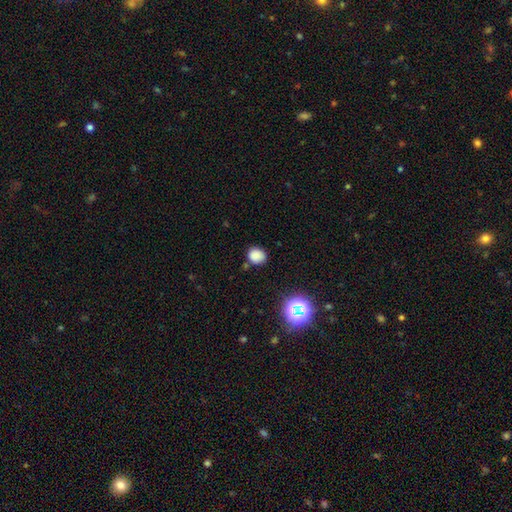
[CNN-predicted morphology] smooth-or-featured: smooth: 82% | star or artifact: 14% | featured or disk: 4%
  how-rounded: round: 70% | in between: 29% | cigar-shaped: 1%
  merging: none: 79% | minor disturbance: 13% | merger: 4% | major disturbance: 3%